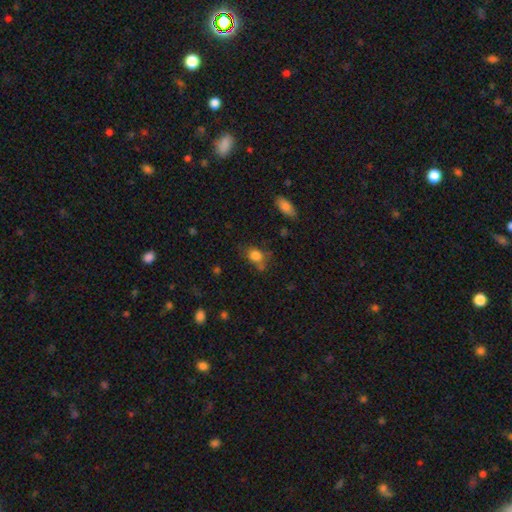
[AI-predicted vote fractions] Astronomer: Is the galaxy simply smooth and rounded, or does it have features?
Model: smooth — 79%.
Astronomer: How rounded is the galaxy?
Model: in between — 52% (runner-up: round, 46%).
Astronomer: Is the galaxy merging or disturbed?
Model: none — 54%.